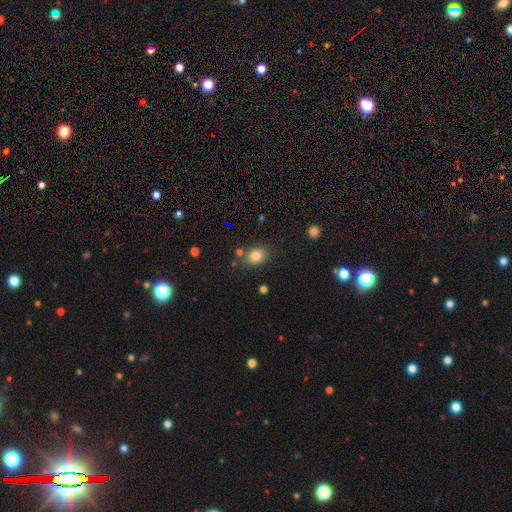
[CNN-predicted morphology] A smooth galaxy with no disk features (81%) that is in between round and cigar-shaped (61%).

Vote fractions:
- Smooth or featured? smooth: 81% / star or artifact: 11% / featured or disk: 8%
- How rounded? in between: 61% / round: 37% / cigar-shaped: 1%
- Merging? none: 79% / minor disturbance: 12% / merger: 6% / major disturbance: 3%